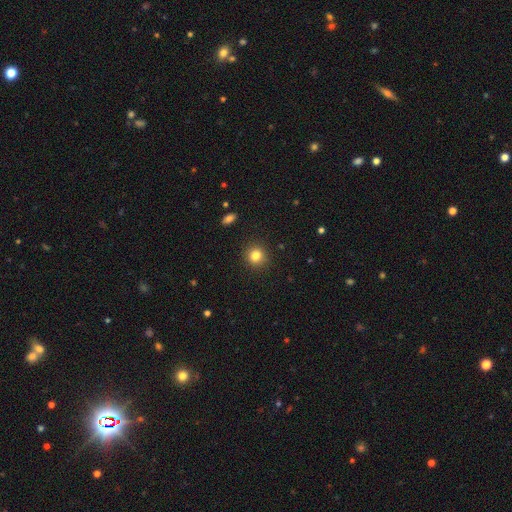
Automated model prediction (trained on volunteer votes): This is clearly a smooth galaxy (82%). How rounded: clearly round (91%). Merging: clearly none (92%).